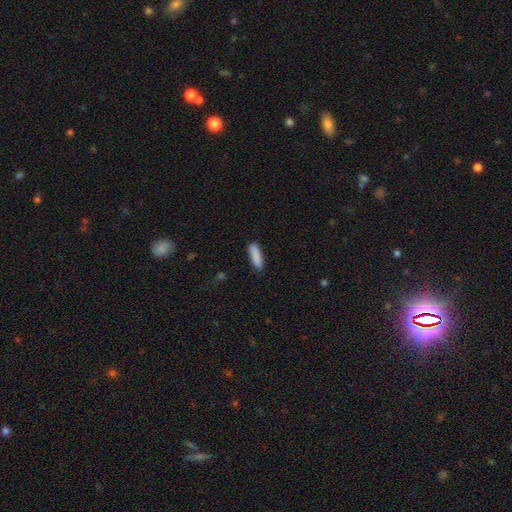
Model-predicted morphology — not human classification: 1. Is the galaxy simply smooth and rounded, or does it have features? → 89% smooth, 6% star or artifact, 5% featured or disk.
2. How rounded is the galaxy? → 59% cigar-shaped, 39% in between, 2% round.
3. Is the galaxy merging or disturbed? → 85% none, 11% minor disturbance, 2% major disturbance, 1% merger.